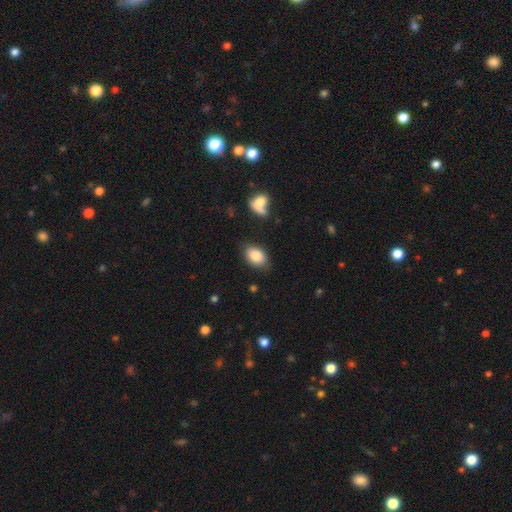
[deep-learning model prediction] The model was most divided on "merging": none: 78%, minor disturbance: 15%, major disturbance: 3%, merger: 3%. More confident: how rounded — in between (86%); smooth or featured — smooth (84%).